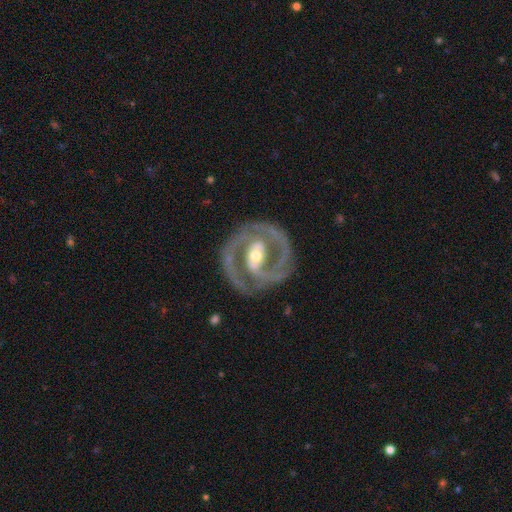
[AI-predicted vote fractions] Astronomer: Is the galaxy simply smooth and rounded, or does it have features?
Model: featured or disk — 88%.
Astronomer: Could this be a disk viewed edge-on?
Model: no — 97%.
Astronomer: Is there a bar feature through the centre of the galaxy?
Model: strong — 41% (runner-up: weak, 34%).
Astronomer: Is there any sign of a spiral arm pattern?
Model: yes — 90%.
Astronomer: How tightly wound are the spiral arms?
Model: tight — 51% (runner-up: medium, 41%).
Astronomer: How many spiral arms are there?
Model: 2 — 83%.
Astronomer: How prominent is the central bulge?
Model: moderate — 61%.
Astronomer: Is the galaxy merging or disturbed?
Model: none — 79%.